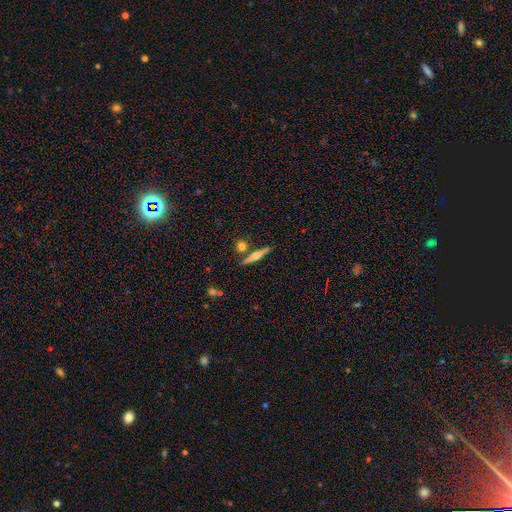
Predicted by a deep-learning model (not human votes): This appears to be a featured or disk galaxy (50%) viewed edge-on (96%). Merging: none (80%).